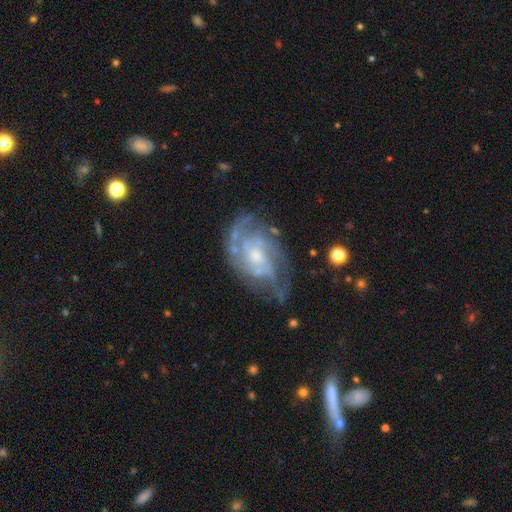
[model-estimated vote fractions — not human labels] smooth_or_featured: featured or disk (p=0.85) [alt: smooth p=0.09]
disk_edge_on: no (p=0.97) [alt: yes p=0.03]
bar: no (p=0.60) [alt: weak p=0.34]
has_spiral_arms: yes (p=0.91) [alt: no p=0.09]
spiral_winding: tight (p=0.47) [alt: medium p=0.41]
spiral_arm_count: can't tell (p=0.33) [alt: 2 p=0.29]
bulge_size: small (p=0.45) [alt: moderate p=0.44]
merging: none (p=0.62) [alt: minor disturbance p=0.22]